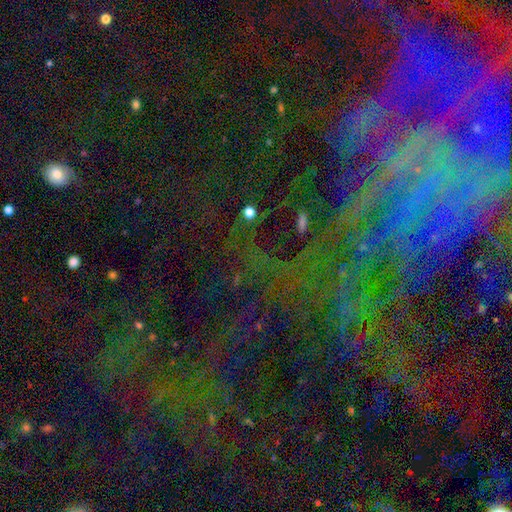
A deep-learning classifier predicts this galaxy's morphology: The model was most divided on "smooth or featured": star or artifact: 60%, featured or disk: 25%, smooth: 15%.